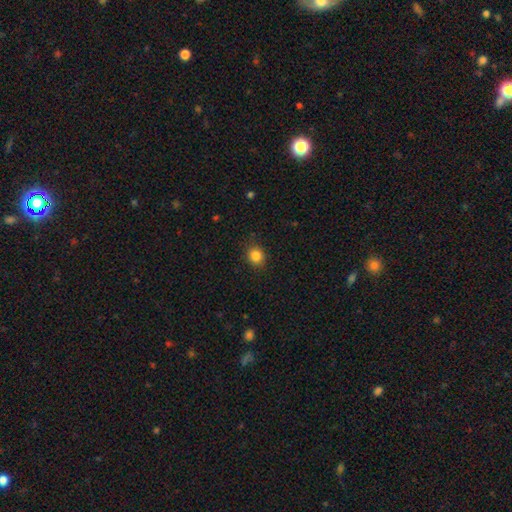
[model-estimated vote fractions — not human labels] This is clearly a smooth galaxy (85%). How rounded: likely round (76%). Merging: clearly none (88%).